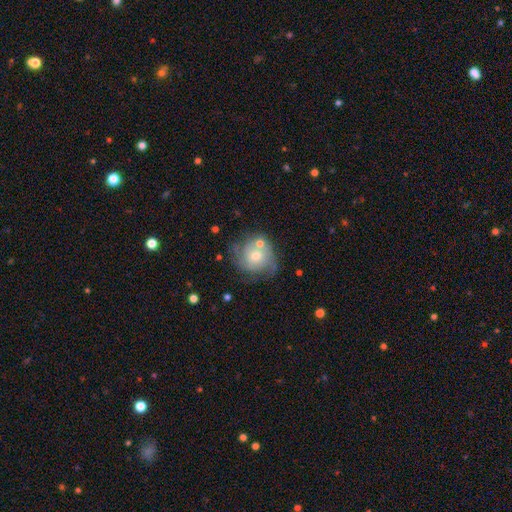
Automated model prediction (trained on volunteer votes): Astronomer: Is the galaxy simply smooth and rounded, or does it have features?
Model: featured or disk — 58% (runner-up: smooth, 34%).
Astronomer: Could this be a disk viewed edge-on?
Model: no — 97%.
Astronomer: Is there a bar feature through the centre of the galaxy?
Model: no — 79%.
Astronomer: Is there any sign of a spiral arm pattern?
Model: yes — 76%.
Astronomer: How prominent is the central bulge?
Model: moderate — 52% (runner-up: small, 42%).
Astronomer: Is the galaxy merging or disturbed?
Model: none — 55%.